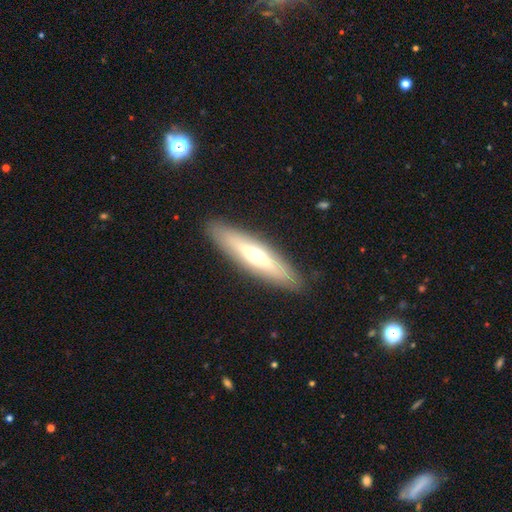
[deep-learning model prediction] This is possibly a featured or disk galaxy (51%). It is likely viewed edge-on (77%). Merging: clearly none (89%).